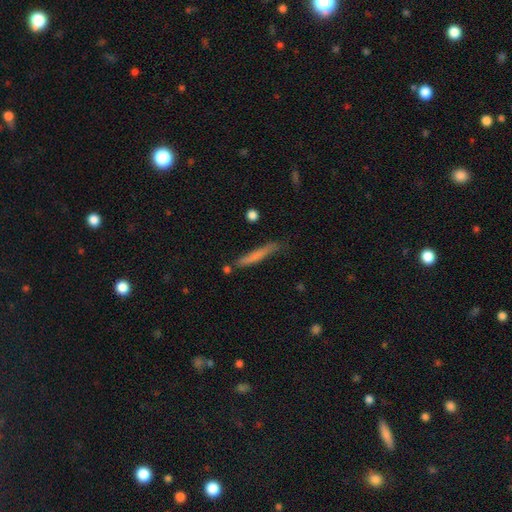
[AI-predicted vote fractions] Smooth or featured: smooth — 64% (featured or disk — 29%)
How rounded: cigar-shaped — 95% (in between — 4%)
Merging: none — 75% (minor disturbance — 18%)